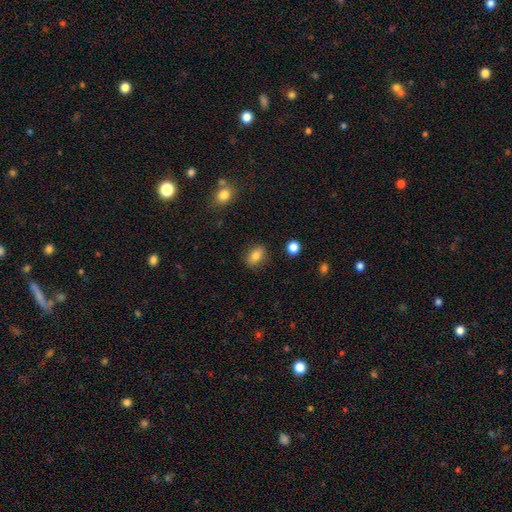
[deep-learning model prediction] This is clearly a smooth galaxy (81%). How rounded: likely in between (72%). Merging: clearly none (85%).